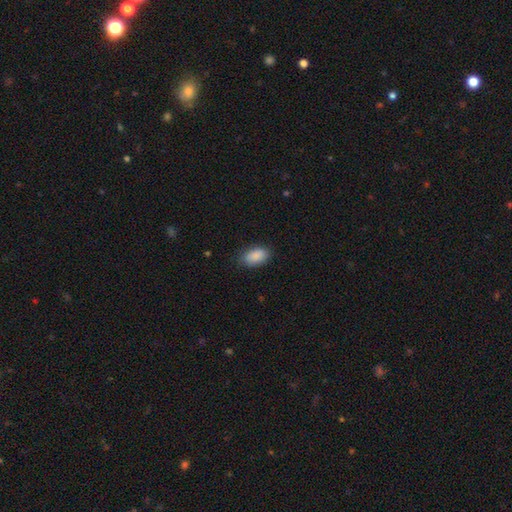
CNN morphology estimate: smooth_or_featured: smooth (p=0.89) [alt: star or artifact p=0.06]
how_rounded: in between (p=0.93) [alt: round p=0.05]
merging: none (p=0.82) [alt: minor disturbance p=0.14]